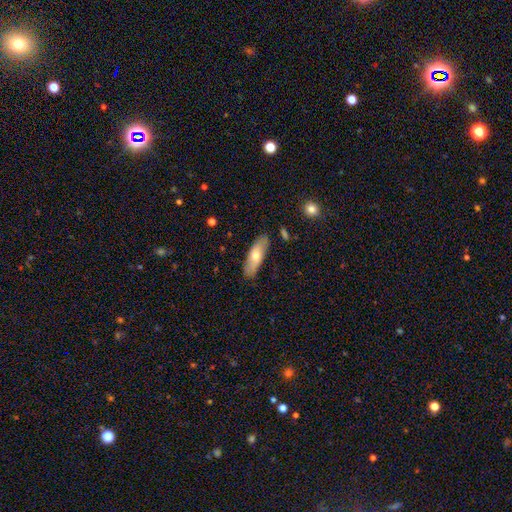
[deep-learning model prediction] This appears to be a smooth galaxy with no disk features (67%) that is in between round and cigar-shaped (62%). Merging: none (84%).